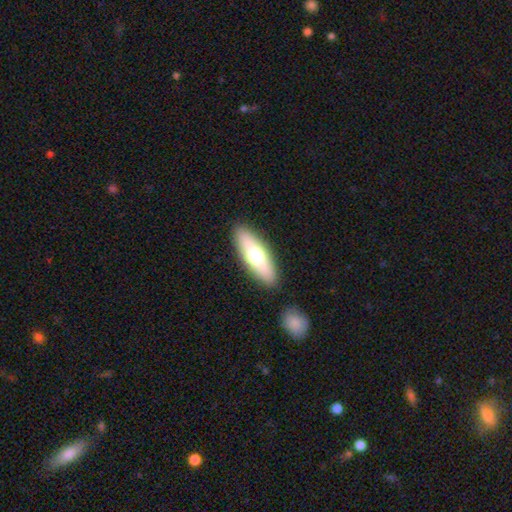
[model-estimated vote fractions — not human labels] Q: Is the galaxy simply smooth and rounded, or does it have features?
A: smooth — 60%.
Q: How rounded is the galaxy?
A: in between — 52%.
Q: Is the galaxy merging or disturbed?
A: none — 88%.